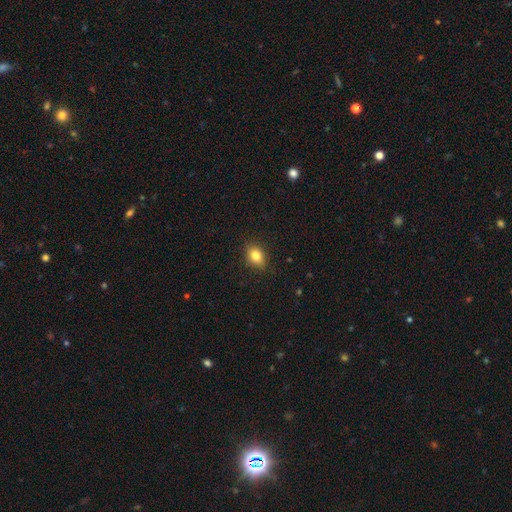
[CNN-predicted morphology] The model was most divided on "how rounded": in between: 62%, round: 36%, cigar-shaped: 2%. More confident: merging — none (86%); smooth or featured — smooth (82%).